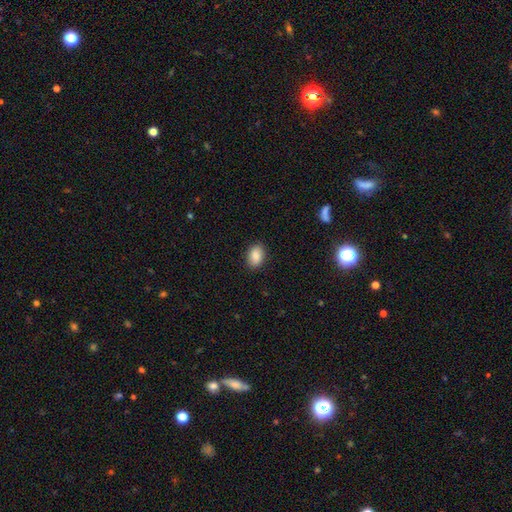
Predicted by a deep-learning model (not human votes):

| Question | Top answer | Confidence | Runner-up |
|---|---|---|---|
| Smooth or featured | smooth | 88% | star or artifact (7%) |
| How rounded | in between | 84% | round (15%) |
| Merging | none | 87% | minor disturbance (9%) |